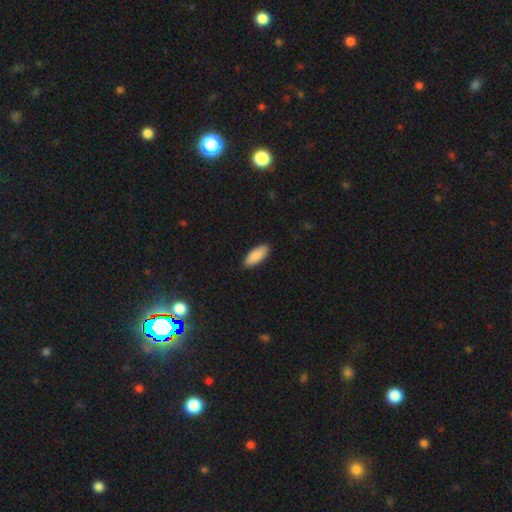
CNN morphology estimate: The model was most divided on "how rounded": in between: 79%, cigar-shaped: 19%, round: 2%. More confident: merging — none (90%); smooth or featured — smooth (88%).